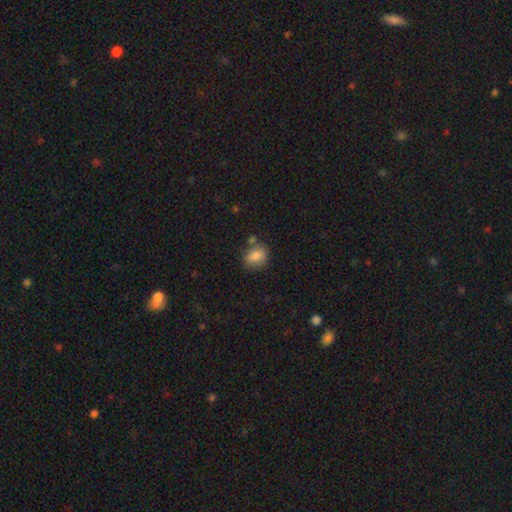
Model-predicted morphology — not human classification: Q: Smooth or featured?
A: smooth (82%); runner-up: star or artifact (9%)
Q: How rounded?
A: round (50%); runner-up: in between (48%)
Q: Merging?
A: none (70%); runner-up: minor disturbance (16%)